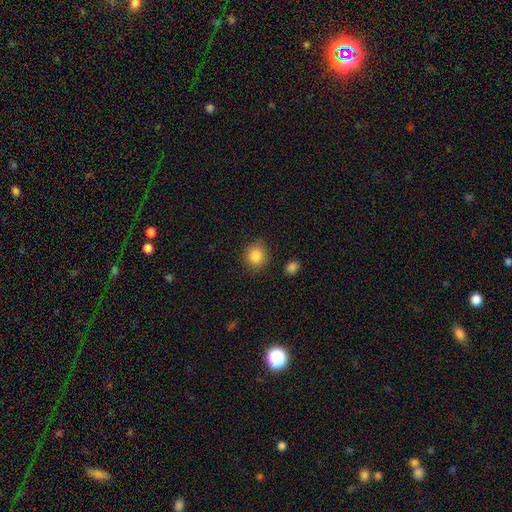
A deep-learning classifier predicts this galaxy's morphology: Smooth or featured? smooth (86%)
How rounded? round (84%)
Merging? none (87%)